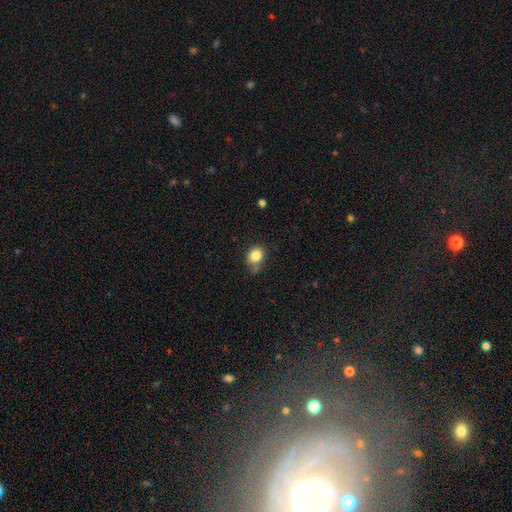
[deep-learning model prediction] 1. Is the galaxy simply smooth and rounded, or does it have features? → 83% smooth, 10% star or artifact, 6% featured or disk.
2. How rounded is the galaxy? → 69% round, 30% in between, 1% cigar-shaped.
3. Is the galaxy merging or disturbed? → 64% none, 22% minor disturbance, 9% merger, 6% major disturbance.